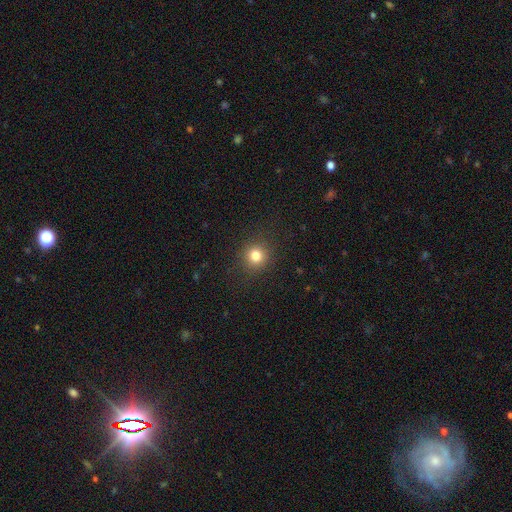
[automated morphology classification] smooth 81%, star or artifact 13%, featured or disk 6%. Down the decision tree: how rounded — round (90%); merging — none (89%).